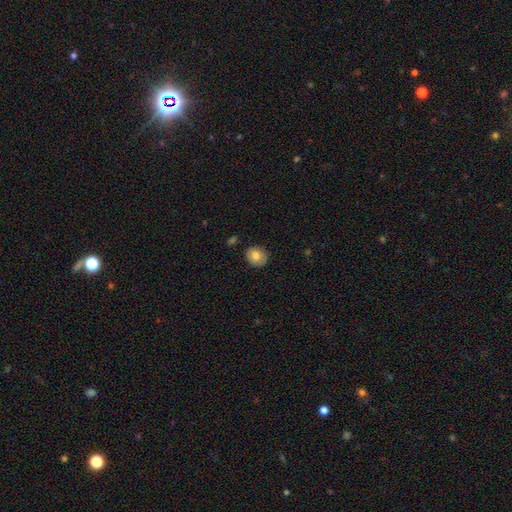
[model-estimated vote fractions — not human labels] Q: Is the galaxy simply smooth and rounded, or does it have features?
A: smooth — 76%.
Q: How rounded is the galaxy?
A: round — 69%.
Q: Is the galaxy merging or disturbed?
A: none — 83%.